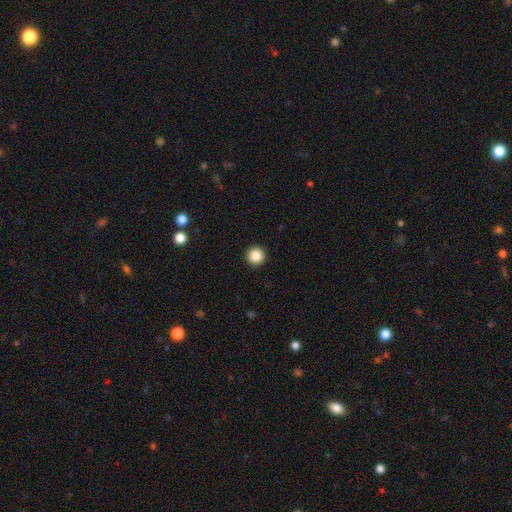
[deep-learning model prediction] smooth 87%, star or artifact 10%, featured or disk 3%. Down the decision tree: how rounded — round (97%); merging — none (94%).